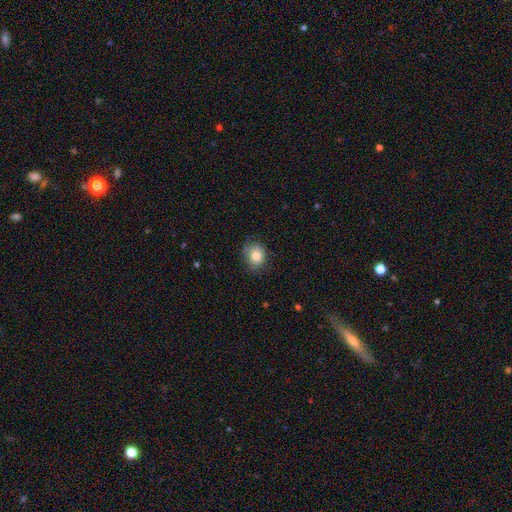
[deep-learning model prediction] Smooth or featured?
  - smooth: 80% *
  - featured or disk: 10%
  - star or artifact: 9%
How rounded?
  - round: 62% *
  - in between: 37%
  - cigar-shaped: 1%
Merging?
  - none: 68% *
  - minor disturbance: 24%
  - major disturbance: 7%
  - merger: 1%